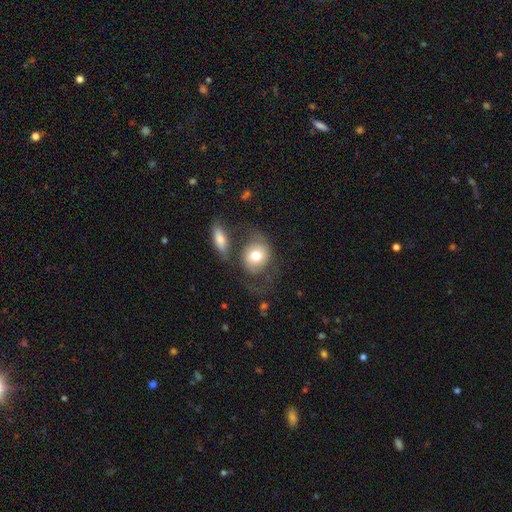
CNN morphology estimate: This appears to be a smooth galaxy with no disk features (66%) that is round (57%). Merging: none (38%).